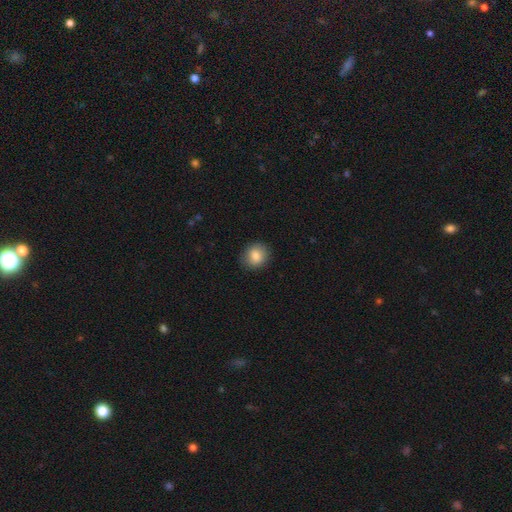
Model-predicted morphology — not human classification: Q: Smooth or featured?
A: smooth (84%); runner-up: star or artifact (9%)
Q: How rounded?
A: round (76%); runner-up: in between (23%)
Q: Merging?
A: none (87%); runner-up: minor disturbance (10%)